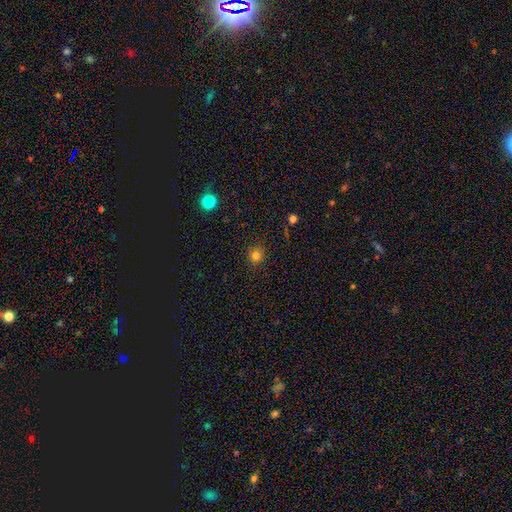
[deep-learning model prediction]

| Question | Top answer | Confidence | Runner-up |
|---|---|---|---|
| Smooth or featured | smooth | 80% | star or artifact (15%) |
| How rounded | round | 84% | in between (15%) |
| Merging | none | 87% | minor disturbance (9%) |